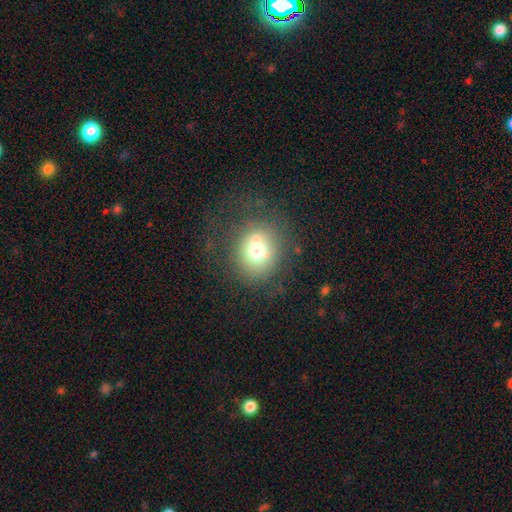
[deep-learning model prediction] This is likely a smooth galaxy (65%). How rounded: clearly round (81%). Merging: likely none (62%).